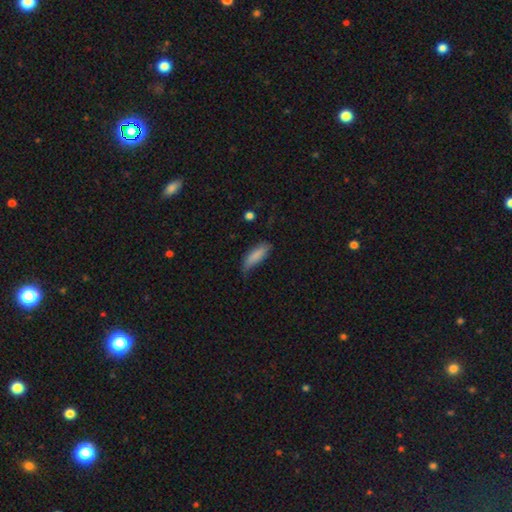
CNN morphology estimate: A smooth galaxy with no disk features (83%) that is in between round and cigar-shaped (56%).

Vote fractions:
- Smooth or featured? smooth: 83% / featured or disk: 10% / star or artifact: 6%
- How rounded? in between: 56% / cigar-shaped: 42% / round: 2%
- Merging? none: 50% / minor disturbance: 38% / major disturbance: 10% / merger: 2%